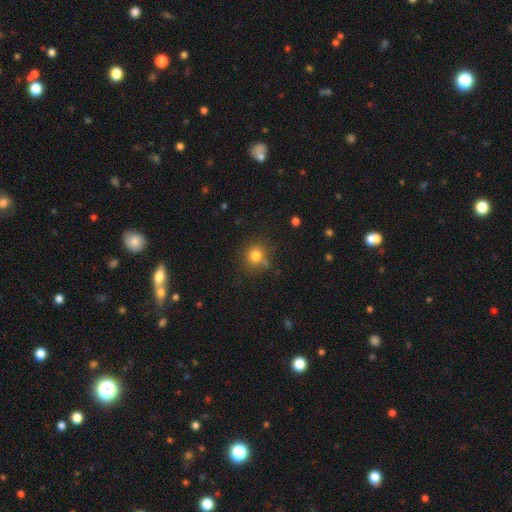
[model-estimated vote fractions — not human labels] Smooth or featured: smooth — 79% (star or artifact — 14%)
How rounded: round — 87% (in between — 12%)
Merging: none — 77% (minor disturbance — 13%)